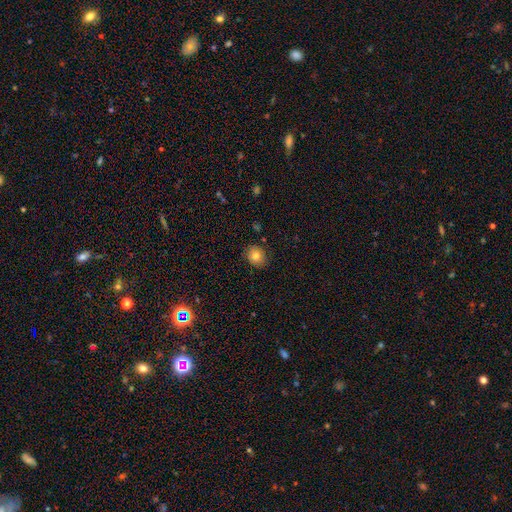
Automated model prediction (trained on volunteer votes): This is clearly a smooth galaxy (81%). How rounded: likely round (69%). Merging: clearly none (86%).